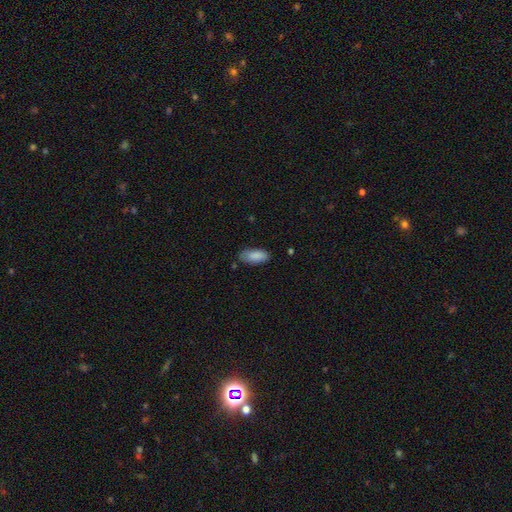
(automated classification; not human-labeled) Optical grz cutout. It shows a smooth galaxy with no disk features (88%) that is in between round and cigar-shaped (88%). Merging: none (73%).